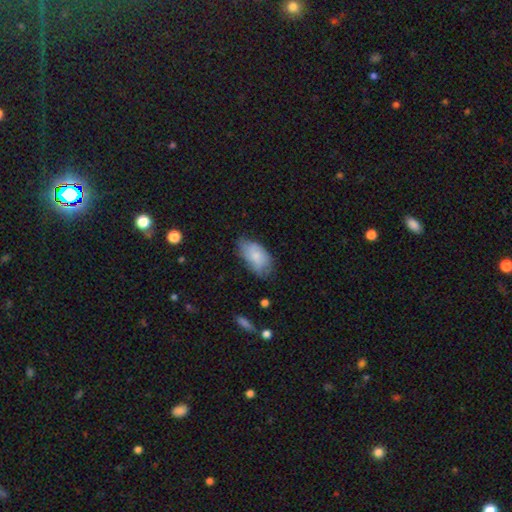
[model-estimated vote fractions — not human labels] A smooth galaxy with no disk features (72%) that is in between round and cigar-shaped (94%).

Vote fractions:
- Smooth or featured? smooth: 72% / featured or disk: 22% / star or artifact: 6%
- How rounded? in between: 94% / round: 4% / cigar-shaped: 2%
- Merging? none: 60% / minor disturbance: 31% / major disturbance: 7% / merger: 2%